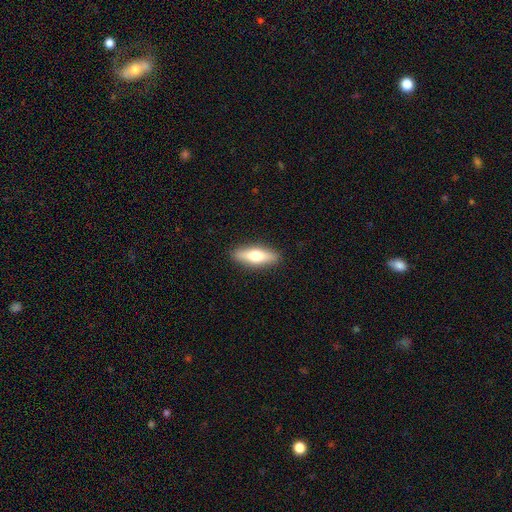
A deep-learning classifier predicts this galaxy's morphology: Smooth or featured: smooth — 59% (featured or disk — 35%)
How rounded: cigar-shaped — 49% (in between — 48%)
Merging: none — 90% (minor disturbance — 8%)